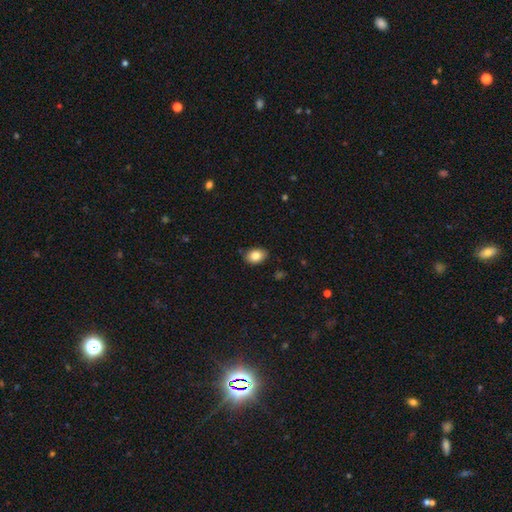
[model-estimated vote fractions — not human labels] Smooth or featured? smooth (84%)
How rounded? in between (81%)
Merging? none (85%)